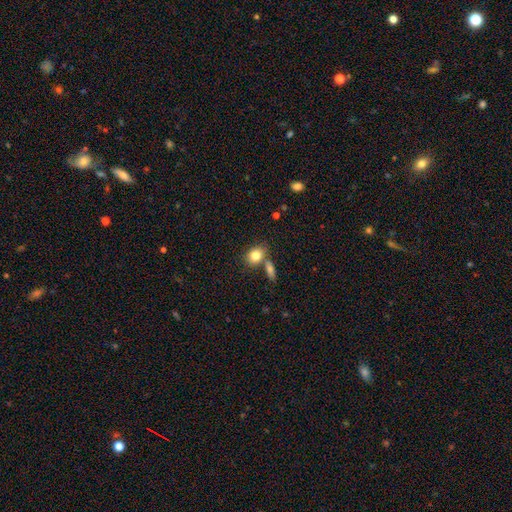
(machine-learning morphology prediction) smooth_or_featured: smooth (p=0.82) [alt: featured or disk p=0.10]
how_rounded: in between (p=0.61) [alt: round p=0.38]
merging: none (p=0.56) [alt: merger p=0.28]